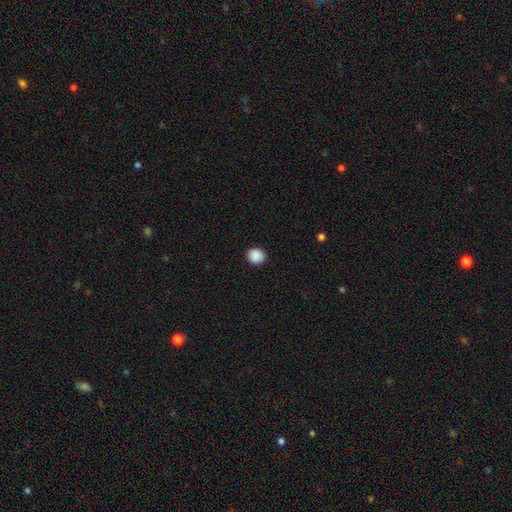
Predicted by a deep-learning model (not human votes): smooth_or_featured: smooth (p=0.89) [alt: star or artifact p=0.09]
how_rounded: round (p=0.90) [alt: in between p=0.09]
merging: none (p=0.92) [alt: minor disturbance p=0.05]